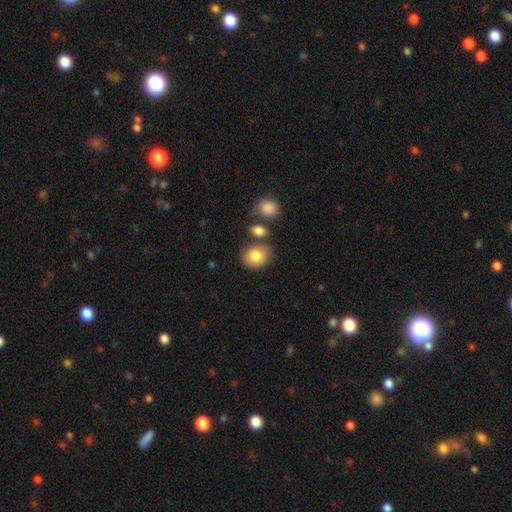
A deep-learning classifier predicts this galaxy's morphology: A smooth galaxy with no disk features (82%) that is round (58%).

Vote fractions:
- Smooth or featured? smooth: 82% / featured or disk: 10% / star or artifact: 8%
- How rounded? round: 58% / in between: 41% / cigar-shaped: 1%
- Merging? none: 68% / minor disturbance: 15% / merger: 13% / major disturbance: 4%